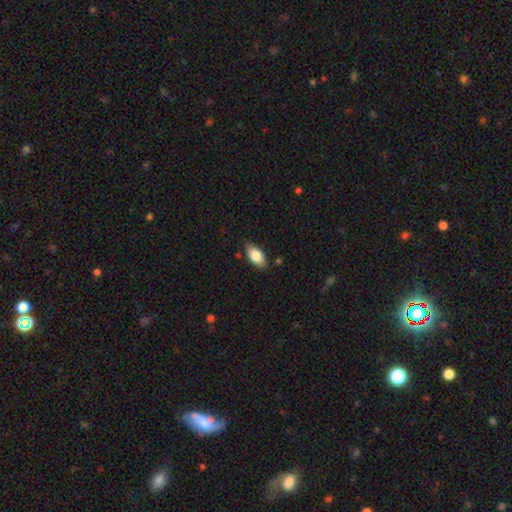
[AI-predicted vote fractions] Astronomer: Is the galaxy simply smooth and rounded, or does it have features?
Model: smooth — 81%.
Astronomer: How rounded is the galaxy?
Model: in between — 91%.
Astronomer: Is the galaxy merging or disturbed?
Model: none — 79%.